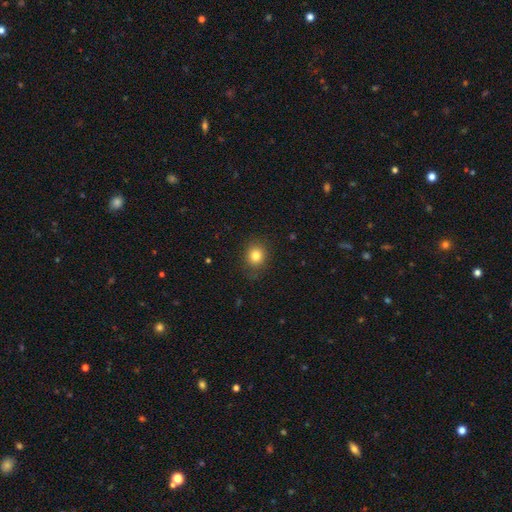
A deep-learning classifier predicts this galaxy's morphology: Smooth or featured? smooth (82%)
How rounded? round (76%)
Merging? none (83%)